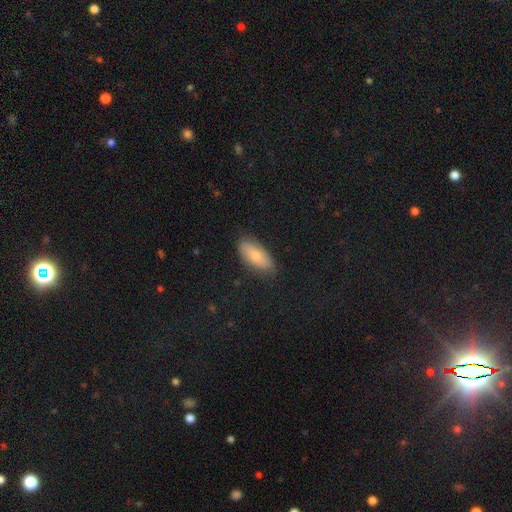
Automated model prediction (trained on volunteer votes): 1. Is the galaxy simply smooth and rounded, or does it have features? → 74% smooth, 19% featured or disk, 6% star or artifact.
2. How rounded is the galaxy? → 83% in between, 14% cigar-shaped, 2% round.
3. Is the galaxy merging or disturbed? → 80% none, 16% minor disturbance, 3% major disturbance, 1% merger.